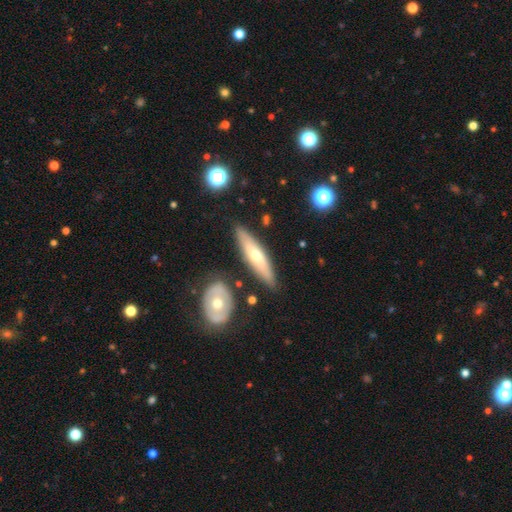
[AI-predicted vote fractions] smooth_or_featured: featured or disk (p=0.47) [tied with: smooth p=0.47]
merging: none (p=0.82) [alt: minor disturbance p=0.12]